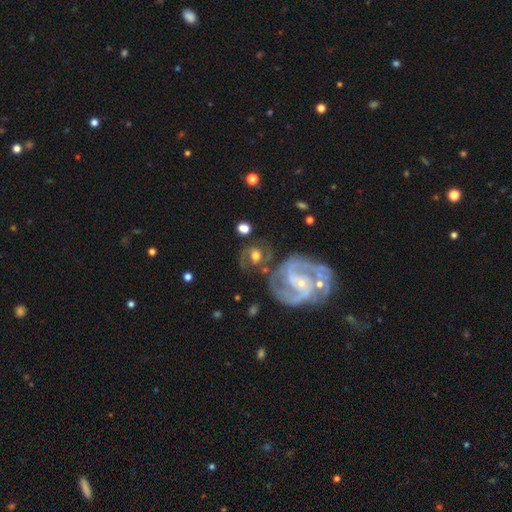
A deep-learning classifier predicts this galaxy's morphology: A featured or disk galaxy (70%) with no bar (51%), 2 (82%) medium (55%) spiral arms (88%) and a moderate central bulge (43%).

Vote fractions:
- Smooth or featured? featured or disk: 70% / smooth: 23% / star or artifact: 8%
- Edge-on disk? no: 97% / yes: 3%
- Bar? no: 51% / weak: 36% / strong: 13%
- Spiral arms? yes: 88% / no: 12%
- Spiral winding? medium: 55% / tight: 24% / loose: 21%
- Spiral arm count? 2: 82% / can't tell: 6% / 3: 5% / 1: 3% / 4: 2% / more than 4: 2%
- Bulge size? moderate: 43% / small: 41% / large: 11% / none: 3% / dominant: 2%
- Merging? none: 57% / minor disturbance: 17% / merger: 14% / major disturbance: 12%